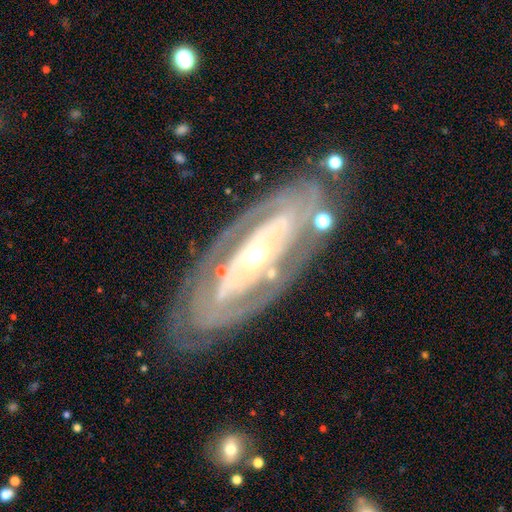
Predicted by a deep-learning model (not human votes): This appears to be a featured or disk galaxy (87%) with no bar (62%), tight (74%) spiral arms (82%) and a moderate central bulge (48%). Merging: none (80%).